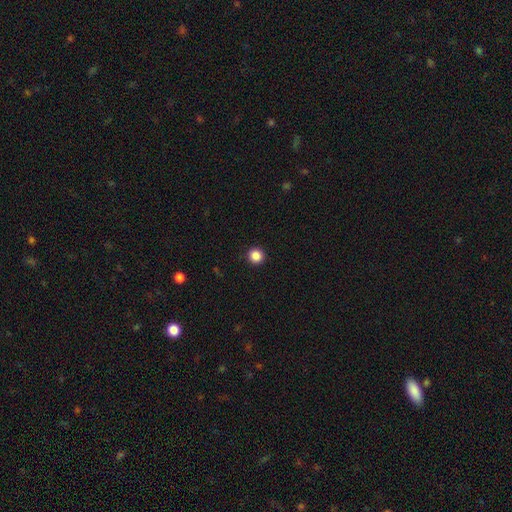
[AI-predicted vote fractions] smooth 87%, star or artifact 10%, featured or disk 3%. Down the decision tree: how rounded — round (95%); merging — none (93%).